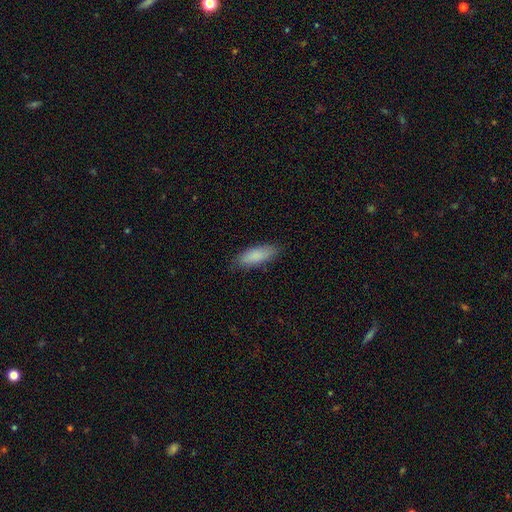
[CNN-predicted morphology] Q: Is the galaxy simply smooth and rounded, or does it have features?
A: smooth — 87%.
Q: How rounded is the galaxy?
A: in between — 67%.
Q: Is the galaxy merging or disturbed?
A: none — 84%.